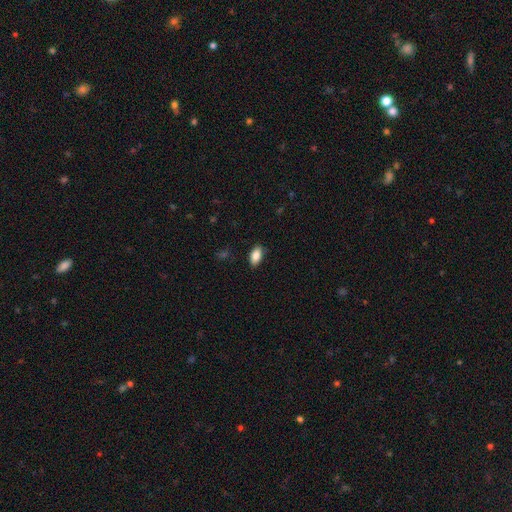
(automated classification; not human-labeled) smooth_or_featured: smooth (p=0.85) [alt: featured or disk p=0.08]
how_rounded: in between (p=0.91) [alt: round p=0.04]
merging: none (p=0.85) [alt: minor disturbance p=0.12]